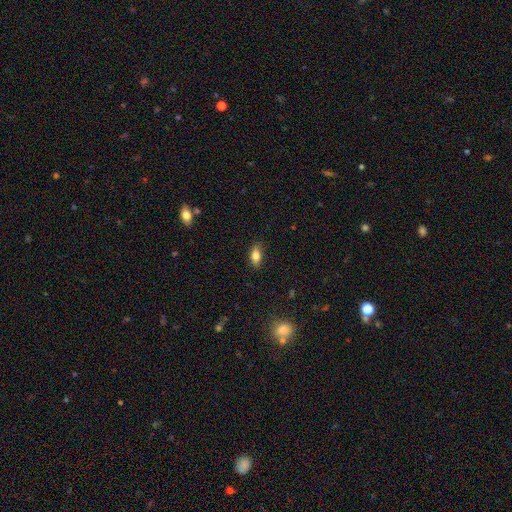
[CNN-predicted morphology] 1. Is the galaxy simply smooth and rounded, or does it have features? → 81% smooth, 10% featured or disk, 9% star or artifact.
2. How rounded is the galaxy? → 86% in between, 8% cigar-shaped, 6% round.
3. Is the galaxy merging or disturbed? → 81% none, 15% minor disturbance, 3% major disturbance, 1% merger.